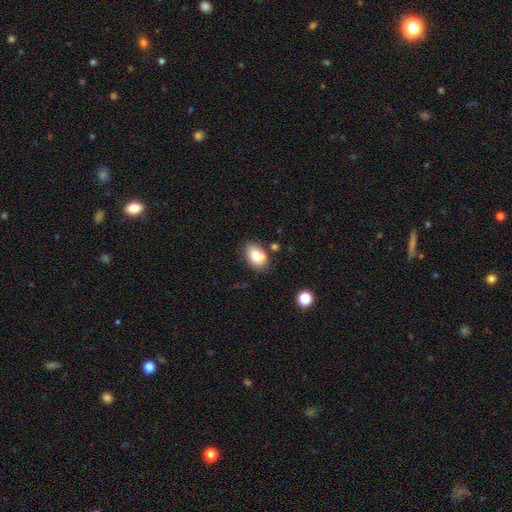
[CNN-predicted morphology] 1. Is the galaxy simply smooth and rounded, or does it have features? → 76% smooth, 15% featured or disk, 9% star or artifact.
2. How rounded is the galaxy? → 81% in between, 17% round, 1% cigar-shaped.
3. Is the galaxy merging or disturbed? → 59% none, 21% merger, 16% minor disturbance, 5% major disturbance.